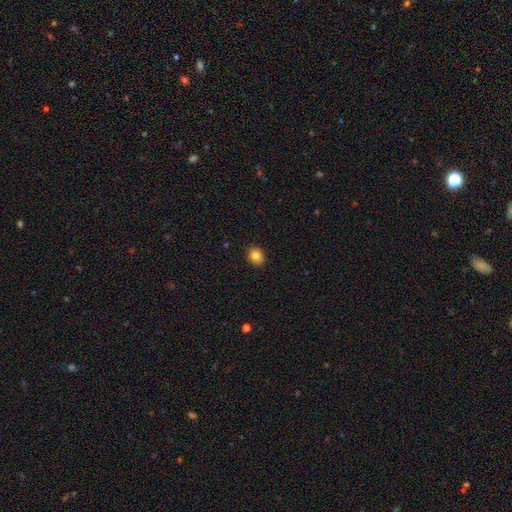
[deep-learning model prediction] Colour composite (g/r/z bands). It shows a smooth galaxy with no disk features (83%) that is round (72%). Merging: none (91%).